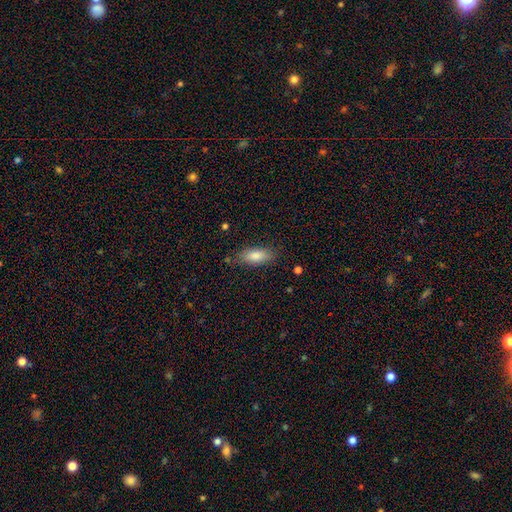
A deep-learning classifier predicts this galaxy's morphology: Overall: smooth (81%). How rounded: in between (73%). Merging: none (81%).